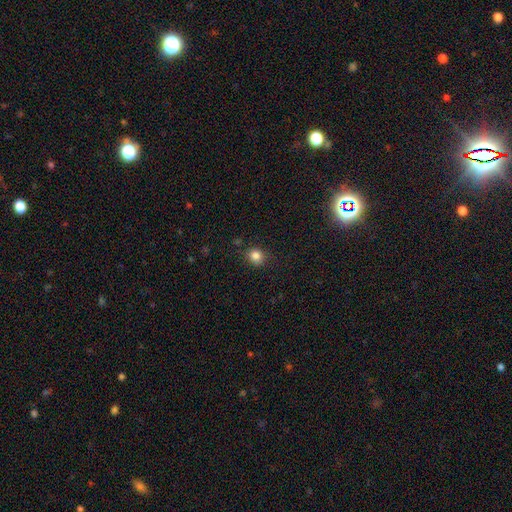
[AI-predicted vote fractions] smooth-or-featured: smooth: 84% | star or artifact: 11% | featured or disk: 5%
  how-rounded: round: 77% | in between: 22% | cigar-shaped: 1%
  merging: none: 85% | minor disturbance: 10% | major disturbance: 3% | merger: 2%